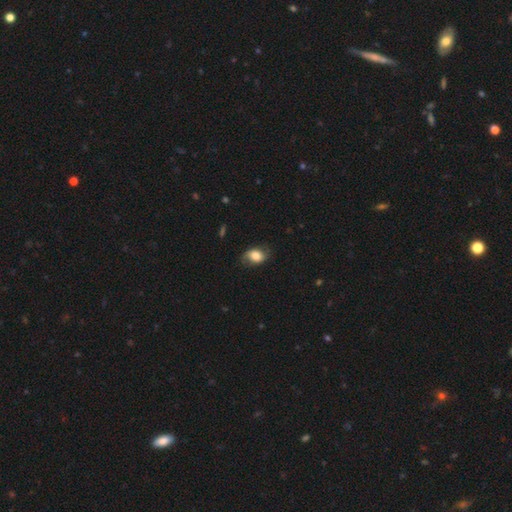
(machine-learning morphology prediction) Smooth or featured? smooth (64%)
How rounded? in between (74%)
Merging? none (68%)